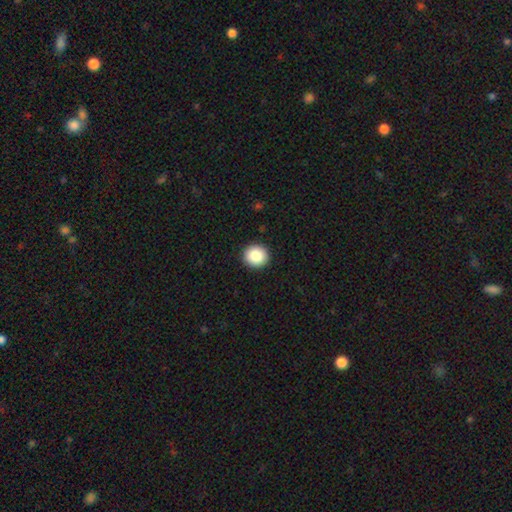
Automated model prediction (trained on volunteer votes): Smooth or featured: smooth — 86% (star or artifact — 9%)
How rounded: round — 90% (in between — 10%)
Merging: none — 93% (minor disturbance — 5%)